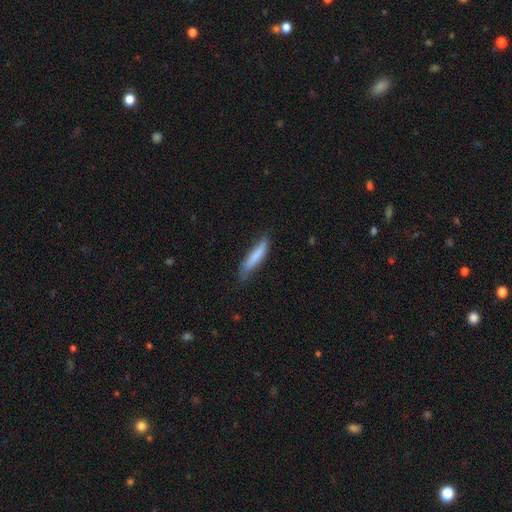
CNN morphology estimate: This appears to be a smooth galaxy with no disk features (78%) that is cigar-shaped (87%). Merging: none (69%).